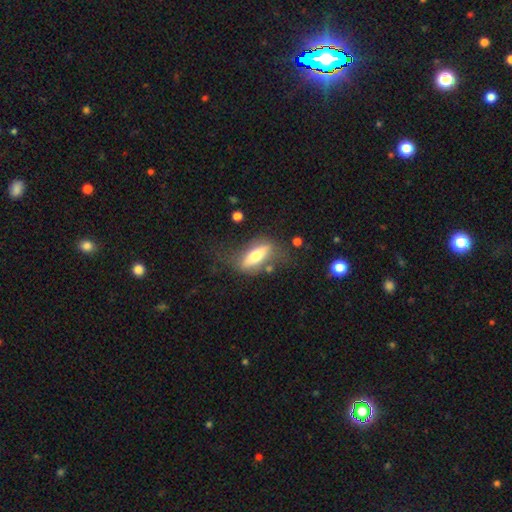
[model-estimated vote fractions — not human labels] This is possibly a smooth galaxy (51%). How rounded: possibly in between (56%). Merging: possibly none (57%).